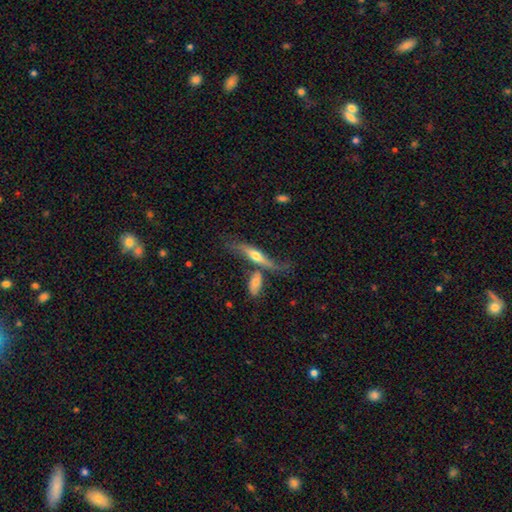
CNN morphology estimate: Smooth or featured: featured or disk — 61% (smooth — 32%)
Edge-on disk: yes — 63% (no — 37%)
Merging: none — 39% (merger — 27%)